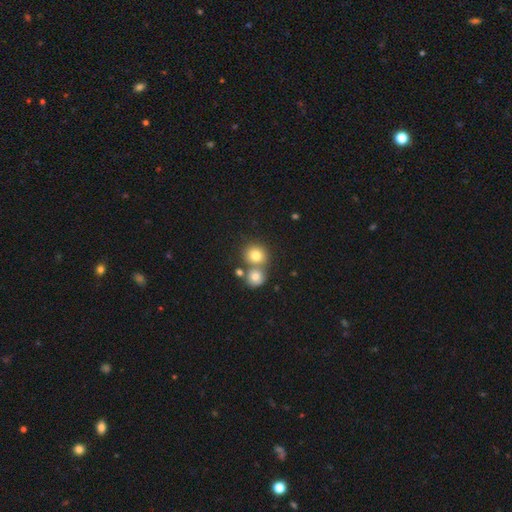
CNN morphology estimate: smooth-or-featured: smooth: 76% | star or artifact: 13% | featured or disk: 11%
  how-rounded: round: 86% | in between: 13% | cigar-shaped: 1%
  merging: none: 54% | merger: 36% | minor disturbance: 7% | major disturbance: 3%